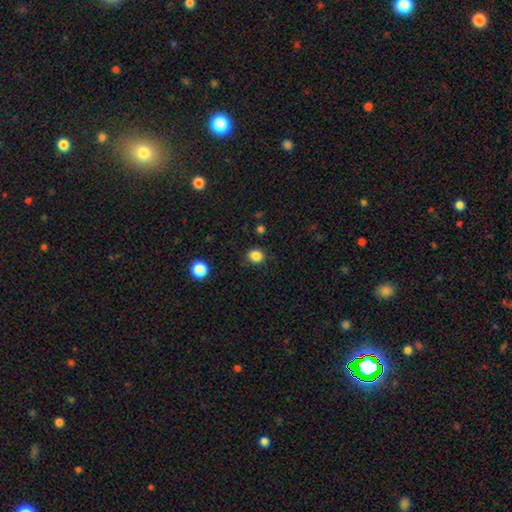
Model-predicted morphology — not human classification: A smooth galaxy with no disk features (85%) that is round (75%). Merging: none (87%).